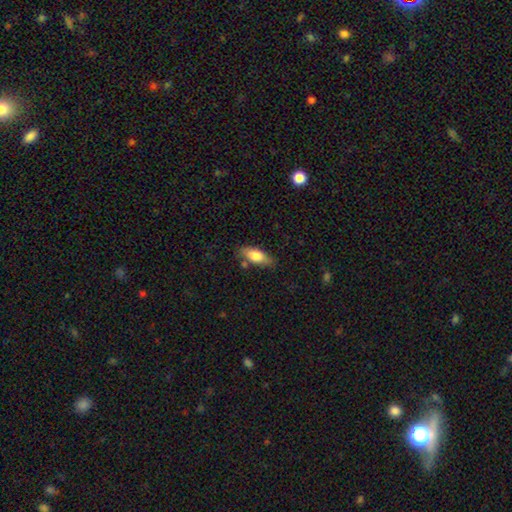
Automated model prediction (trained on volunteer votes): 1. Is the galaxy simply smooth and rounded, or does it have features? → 74% smooth, 20% featured or disk, 6% star or artifact.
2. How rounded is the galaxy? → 76% in between, 21% cigar-shaped, 3% round.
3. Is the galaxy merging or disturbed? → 78% none, 15% minor disturbance, 4% merger, 3% major disturbance.